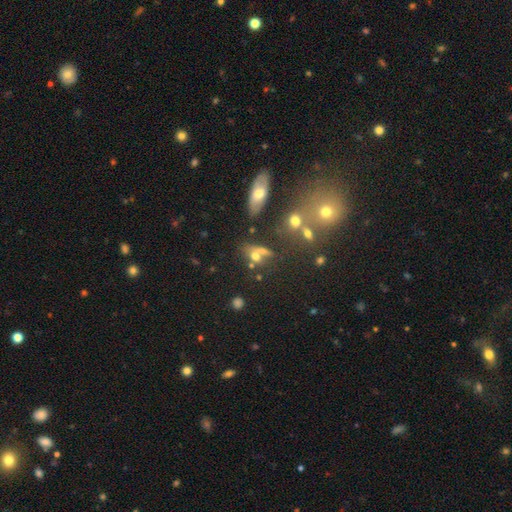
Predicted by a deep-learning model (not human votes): smooth-or-featured: smooth: 61% | star or artifact: 20% | featured or disk: 19%
  how-rounded: in between: 60% | round: 32% | cigar-shaped: 8%
  merging: none: 39% | merger: 38% | minor disturbance: 14% | major disturbance: 10%